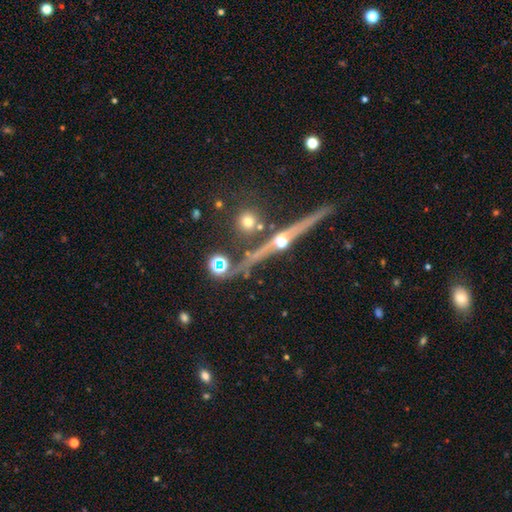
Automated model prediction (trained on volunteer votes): Q: Smooth or featured?
A: featured or disk (69%); runner-up: star or artifact (17%)
Q: Edge-on disk?
A: yes (95%); runner-up: no (5%)
Q: Edge-on bulge?
A: rounded (89%); runner-up: none (8%)
Q: Merging?
A: none (83%); runner-up: minor disturbance (8%)